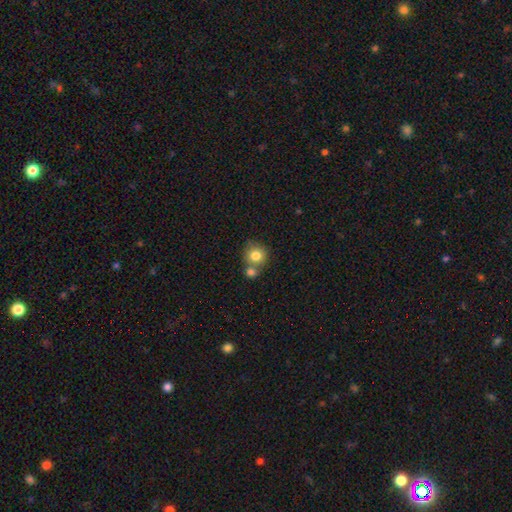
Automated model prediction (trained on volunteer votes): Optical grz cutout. It shows a smooth galaxy with no disk features (80%) that is round (86%). Merging: none (51%).